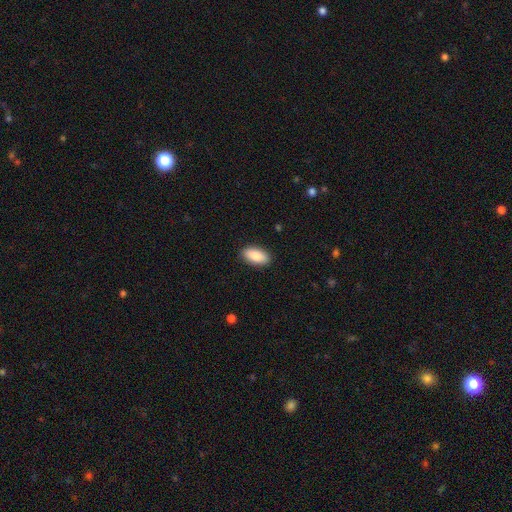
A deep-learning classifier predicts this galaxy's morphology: The model was most divided on "smooth or featured": smooth: 87%, featured or disk: 7%, star or artifact: 6%. More confident: how rounded — in between (91%); merging — none (89%).